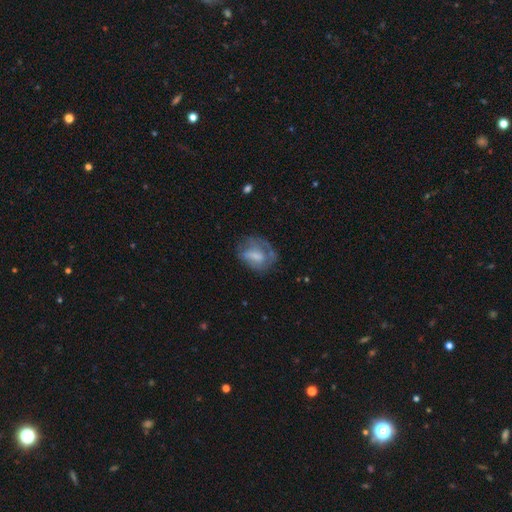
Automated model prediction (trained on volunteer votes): featured or disk 46% (tied), smooth 46% (tied), star or artifact 8%. Down the decision tree: merging — none (47%).